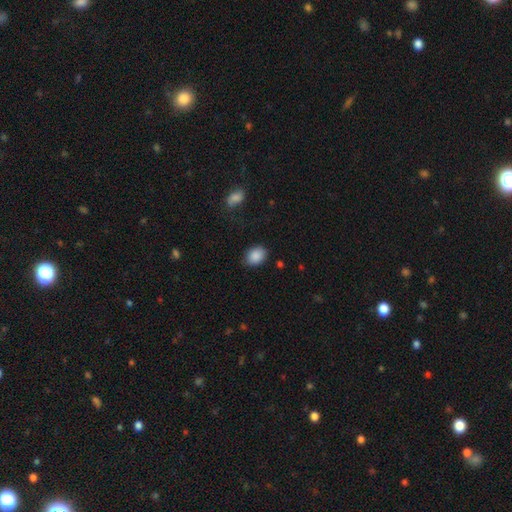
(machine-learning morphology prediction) smooth 89%, star or artifact 8%, featured or disk 4%. Down the decision tree: how rounded — in between (67%); merging — none (81%).